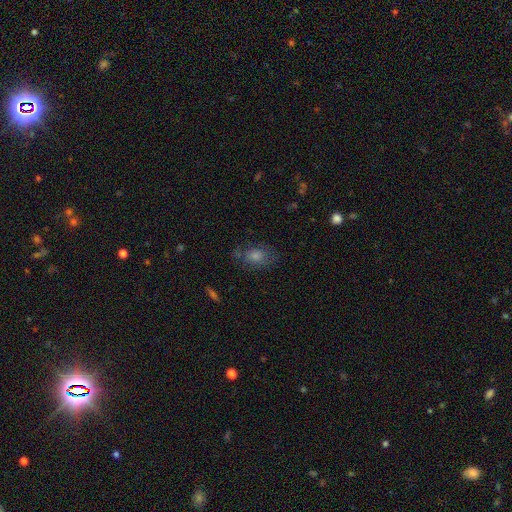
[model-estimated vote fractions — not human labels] Overall: smooth (54%; star or artifact 24%). How rounded: in between (70%). Merging: none (70%).